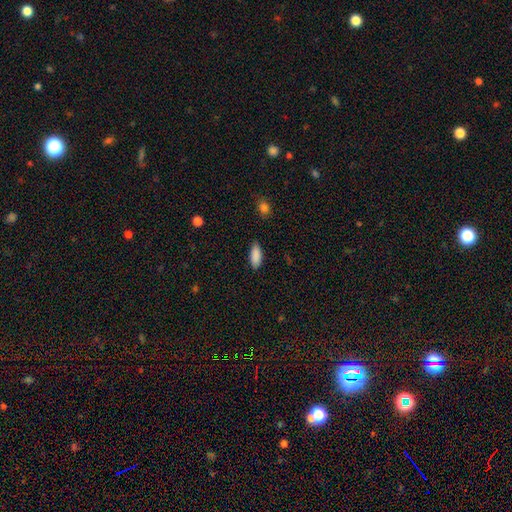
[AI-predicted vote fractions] A smooth galaxy with no disk features (89%) that is in between round and cigar-shaped (82%). Merging: none (86%).